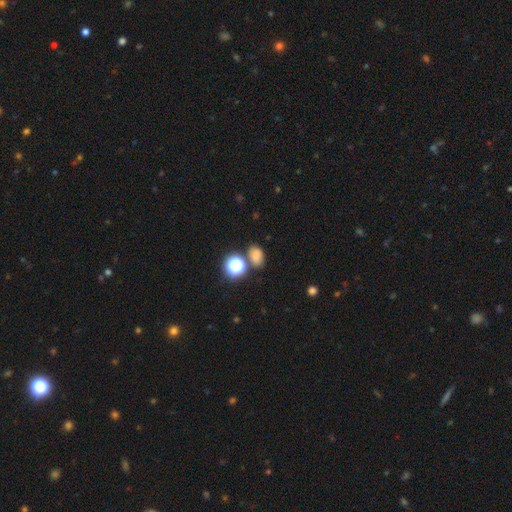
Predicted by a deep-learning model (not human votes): Smooth or featured? smooth (73%)
How rounded? in between (66%)
Merging? none (67%)